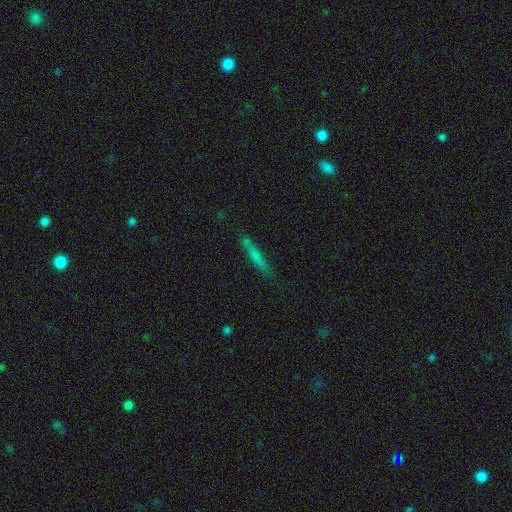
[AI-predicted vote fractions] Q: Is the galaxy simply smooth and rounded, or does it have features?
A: smooth — 61%.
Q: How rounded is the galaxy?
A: cigar-shaped — 94%.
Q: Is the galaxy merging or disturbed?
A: none — 82%.